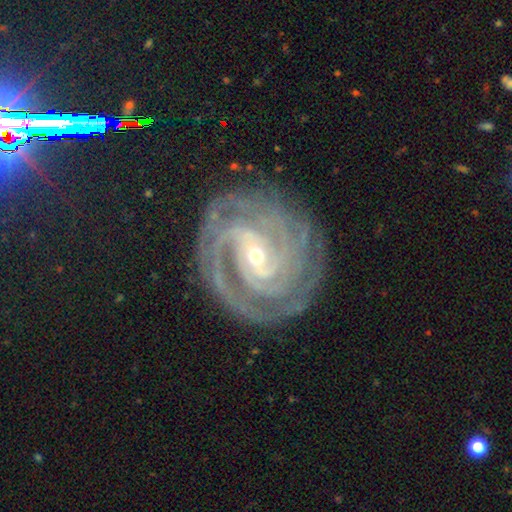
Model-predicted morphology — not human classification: type=featured or disk (90%); edge-on=no (97%); bar=weak (37%); spiral arms=yes (98%); winding=tight (83%); arm count=3 (25%); bulge=small (67%); merging=none (81%).